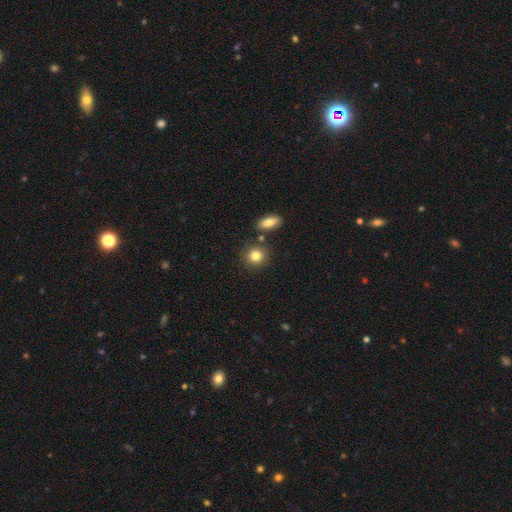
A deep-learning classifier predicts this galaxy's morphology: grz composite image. It shows a smooth galaxy with no disk features (83%) that is round (83%). Merging: none (78%).